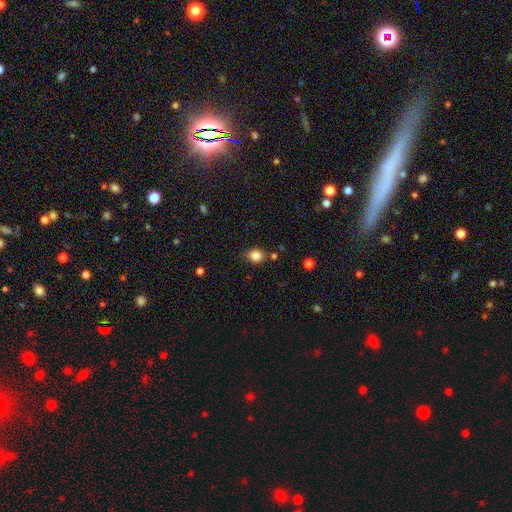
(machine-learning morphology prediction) smooth_or_featured: smooth (p=0.84) [alt: star or artifact p=0.11]
how_rounded: round (p=0.63) [alt: in between p=0.36]
merging: none (p=0.78) [alt: minor disturbance p=0.14]